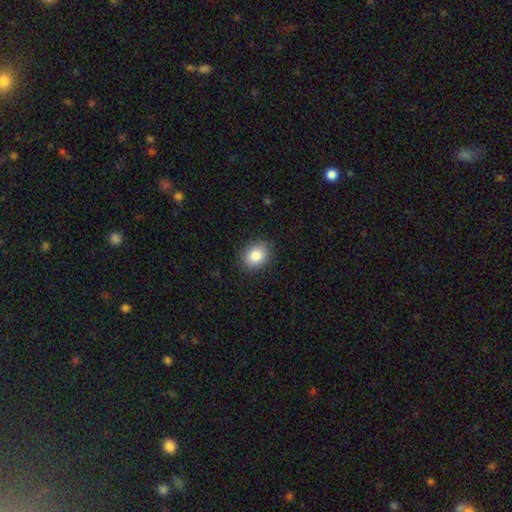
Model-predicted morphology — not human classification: The model was most divided on "how rounded": round: 55%, in between: 44%, cigar-shaped: 1%. More confident: merging — none (87%); smooth or featured — smooth (85%).